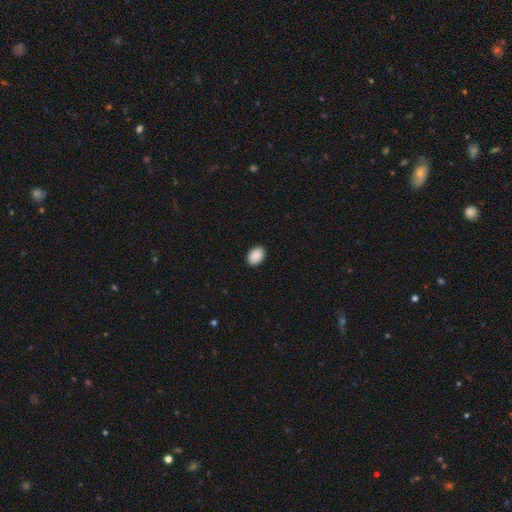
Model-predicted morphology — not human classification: A smooth galaxy with no disk features (91%) that is in between round and cigar-shaped (78%). Merging: none (91%).